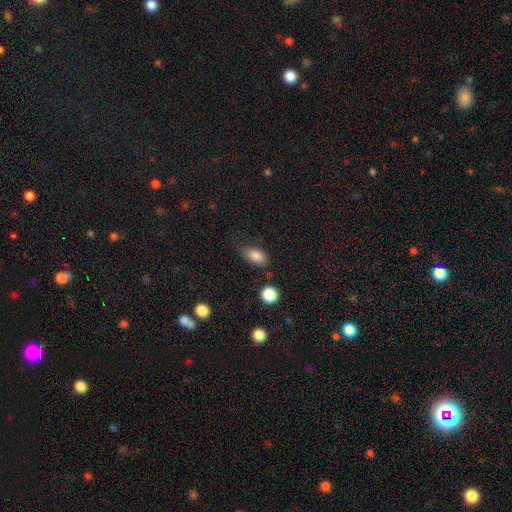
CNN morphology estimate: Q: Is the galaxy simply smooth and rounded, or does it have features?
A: smooth — 85%.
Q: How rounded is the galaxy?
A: in between — 87%.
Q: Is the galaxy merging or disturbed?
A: none — 66%.